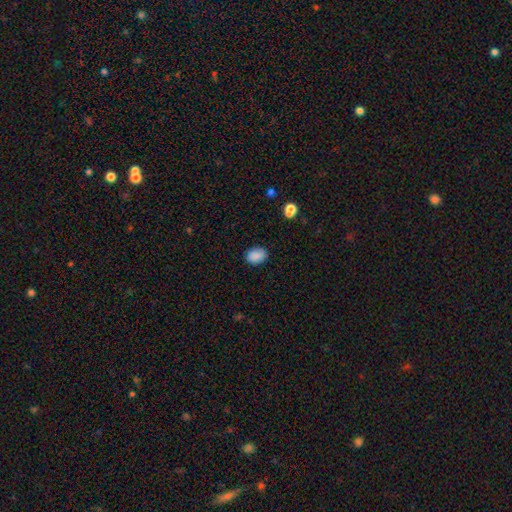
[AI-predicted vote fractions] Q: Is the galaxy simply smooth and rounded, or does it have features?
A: smooth — 88%.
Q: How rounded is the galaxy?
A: in between — 75%.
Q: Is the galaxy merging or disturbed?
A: none — 85%.